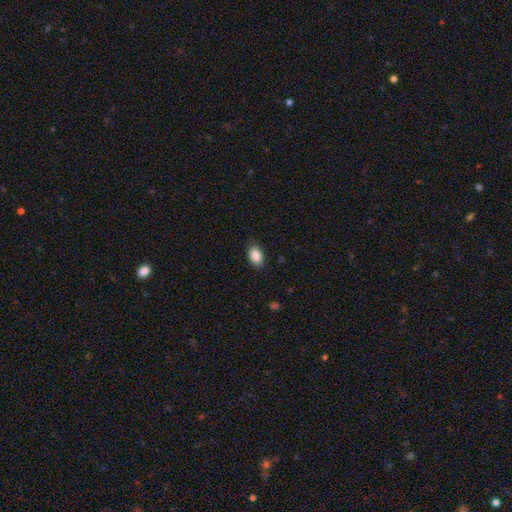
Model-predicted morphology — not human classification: The model was most divided on "merging": none: 84%, minor disturbance: 13%, major disturbance: 2%, merger: 1%. More confident: smooth or featured — smooth (88%); how rounded — in between (87%).